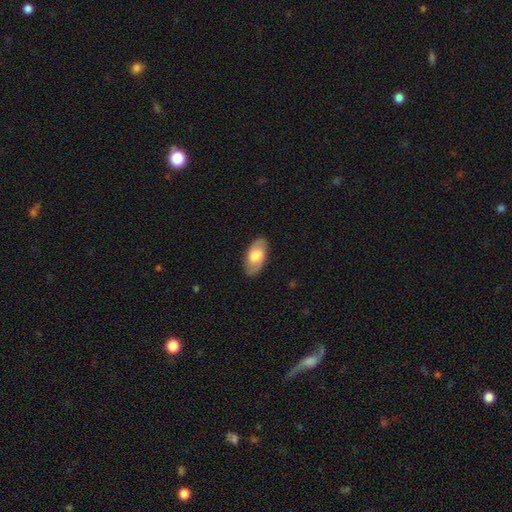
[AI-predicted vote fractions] This appears to be a featured or disk galaxy (48%). Merging: none (86%).